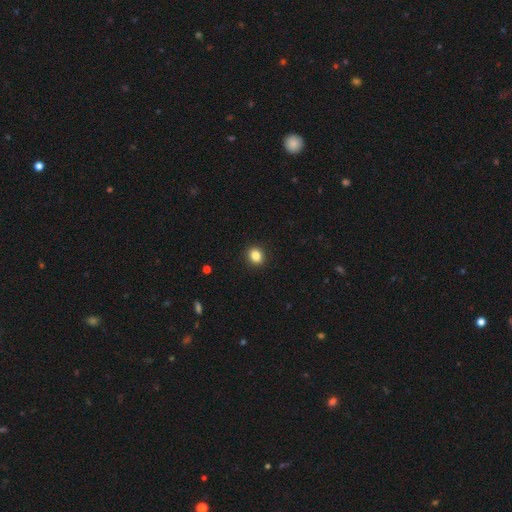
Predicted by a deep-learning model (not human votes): This appears to be a smooth galaxy with no disk features (85%) that is round (66%). Merging: none (92%).